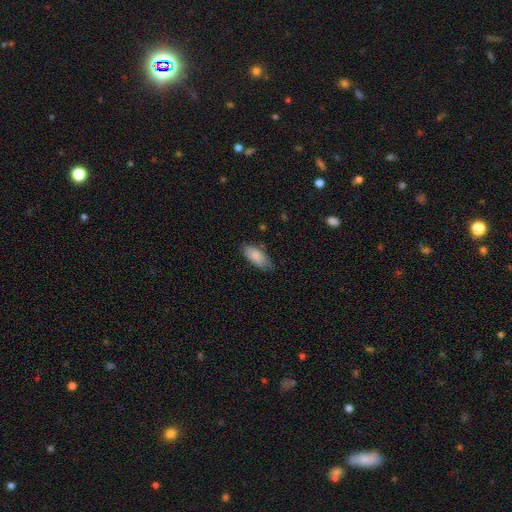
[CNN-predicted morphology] This appears to be a smooth galaxy with no disk features (85%) that is in between round and cigar-shaped (86%). Merging: none (70%).